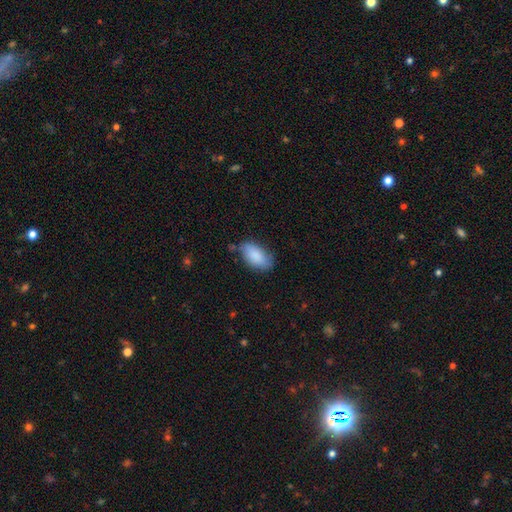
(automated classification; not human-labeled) A smooth galaxy with no disk features (86%) that is in between round and cigar-shaped (93%). Merging: none (67%).